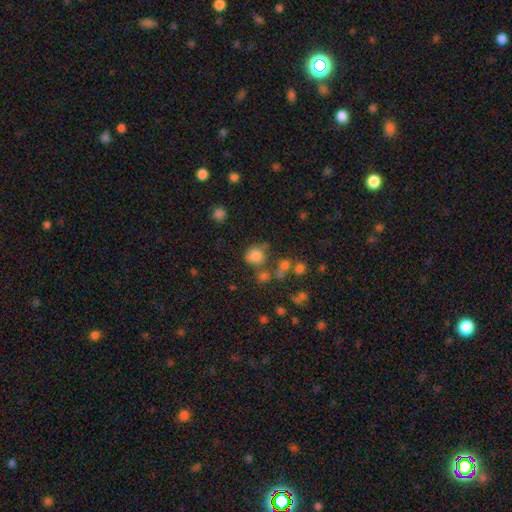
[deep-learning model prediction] Smooth or featured? Predicted: smooth (p=0.79). How rounded? Predicted: round (p=0.77). Merging? Predicted: none (p=0.60).